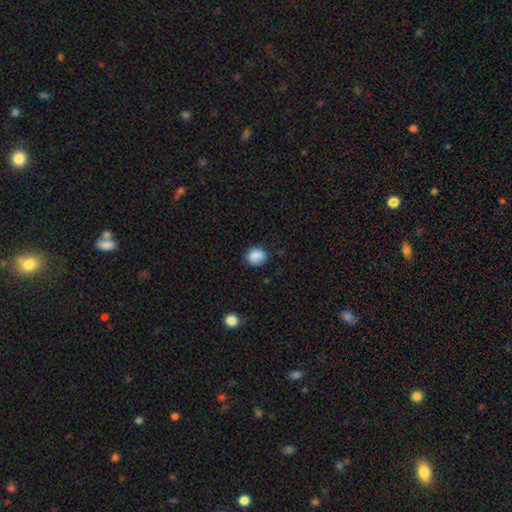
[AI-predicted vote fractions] Smooth or featured: smooth — 86% (star or artifact — 9%)
How rounded: round — 71% (in between — 28%)
Merging: none — 74% (minor disturbance — 20%)